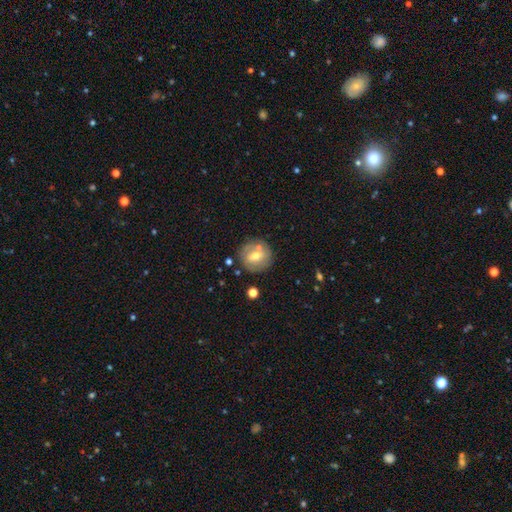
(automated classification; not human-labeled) Smooth or featured? Predicted: smooth (p=0.52). How rounded? Predicted: round (p=0.87). Merging? Predicted: none (p=0.75).